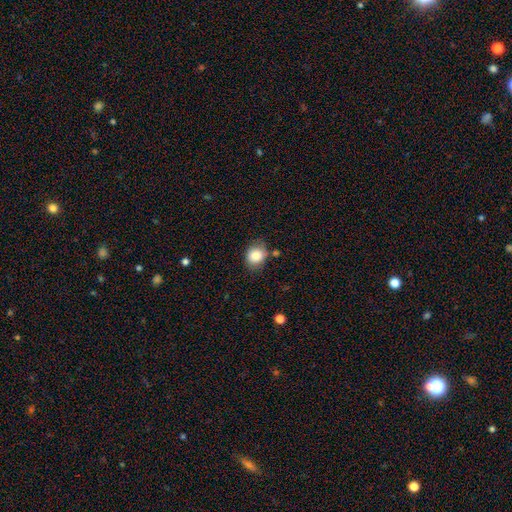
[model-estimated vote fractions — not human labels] Q: Smooth or featured?
A: smooth (82%); runner-up: star or artifact (9%)
Q: How rounded?
A: round (64%); runner-up: in between (35%)
Q: Merging?
A: none (71%); runner-up: minor disturbance (19%)